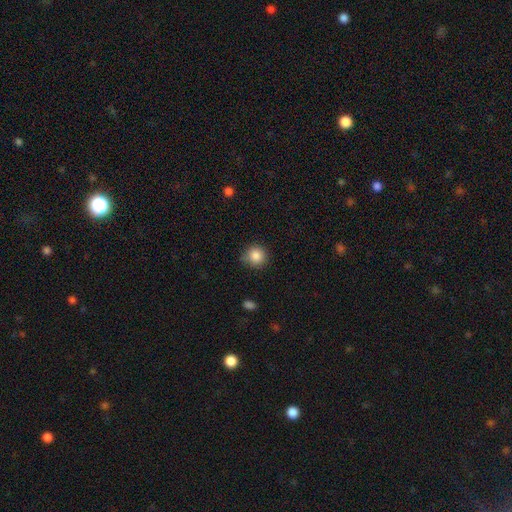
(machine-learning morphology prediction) This is clearly a smooth galaxy (86%). How rounded: clearly round (92%). Merging: clearly none (80%).